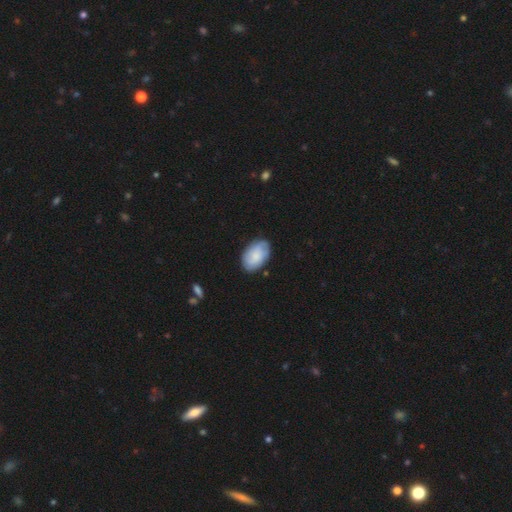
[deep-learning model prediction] This appears to be a smooth galaxy with no disk features (72%) that is in between round and cigar-shaped (92%). Merging: none (79%).